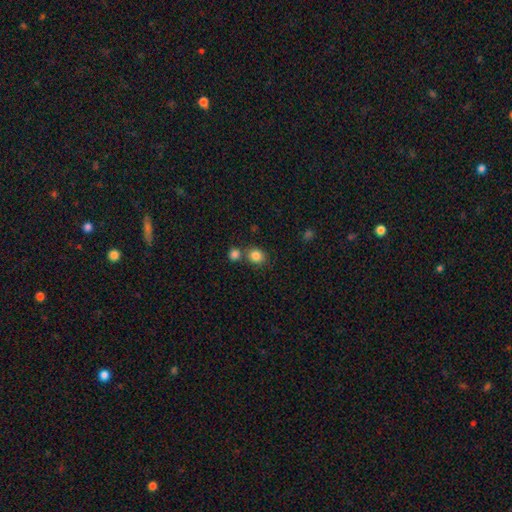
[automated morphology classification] The model was most divided on "merging": none: 64%, merger: 24%, minor disturbance: 9%, major disturbance: 3%. More confident: smooth or featured — smooth (84%); how rounded — round (74%).